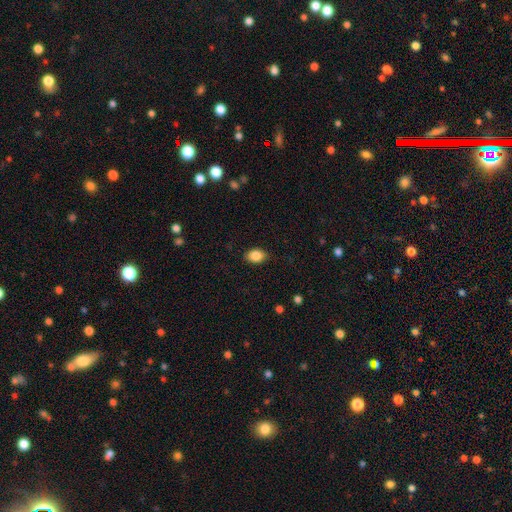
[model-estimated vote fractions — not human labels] A smooth galaxy with no disk features (87%) that is in between round and cigar-shaped (82%).

Vote fractions:
- Smooth or featured? smooth: 87% / star or artifact: 8% / featured or disk: 5%
- How rounded? in between: 82% / round: 16% / cigar-shaped: 1%
- Merging? none: 86% / minor disturbance: 10% / major disturbance: 3% / merger: 1%